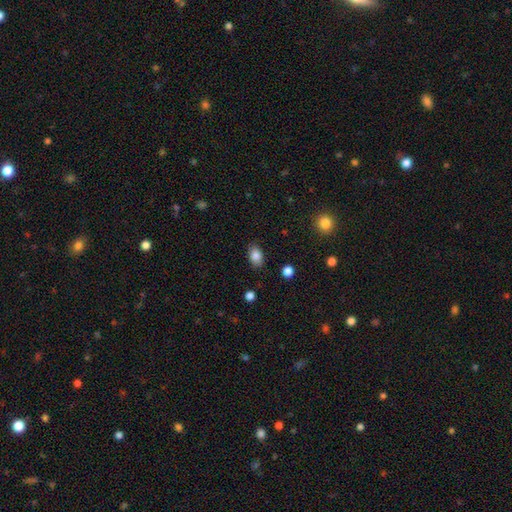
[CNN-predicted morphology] Q: Smooth or featured?
A: smooth (85%); runner-up: star or artifact (9%)
Q: How rounded?
A: in between (85%); runner-up: round (13%)
Q: Merging?
A: none (86%); runner-up: minor disturbance (10%)